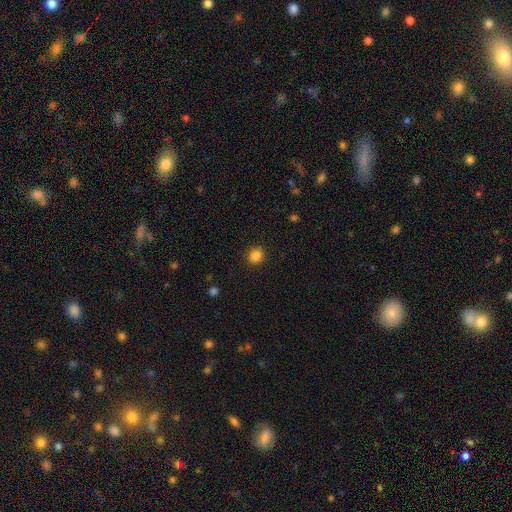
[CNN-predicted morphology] This appears to be a smooth galaxy with no disk features (85%) that is round (88%). Merging: none (92%).